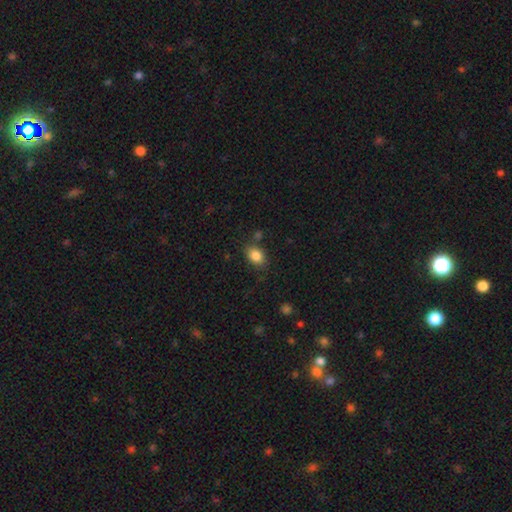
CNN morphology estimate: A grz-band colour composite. It shows a smooth galaxy with no disk features (85%) that is in between round and cigar-shaped (74%). Merging: none (78%).